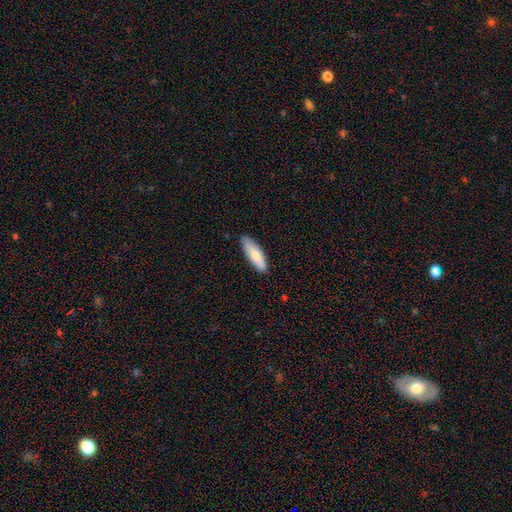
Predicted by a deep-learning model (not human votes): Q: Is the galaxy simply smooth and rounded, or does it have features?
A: smooth — 76%.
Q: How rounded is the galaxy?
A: in between — 49%, tied with cigar-shaped.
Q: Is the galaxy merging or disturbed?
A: none — 87%.